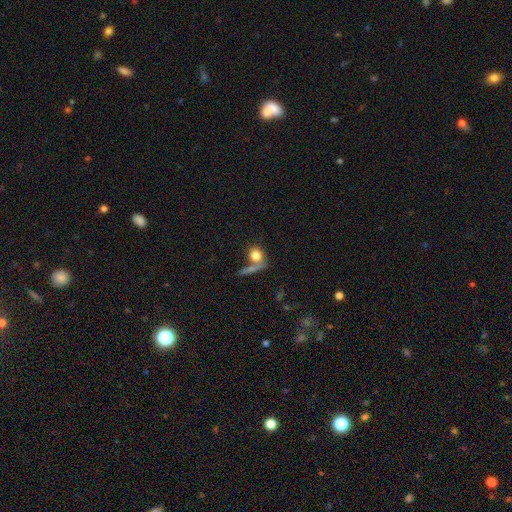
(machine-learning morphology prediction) Overall: smooth (79%). How rounded: round (68%). Merging: none (51%; merger 30%).